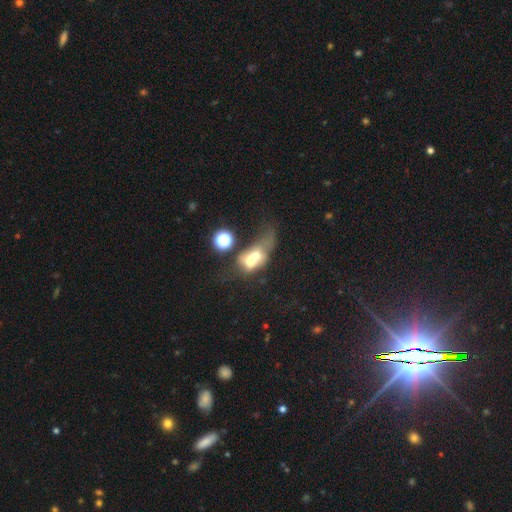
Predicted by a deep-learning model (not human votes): smooth-or-featured: smooth: 47% | featured or disk: 37% | star or artifact: 16%
  merging: merger: 58% | major disturbance: 22% | none: 12% | minor disturbance: 9%